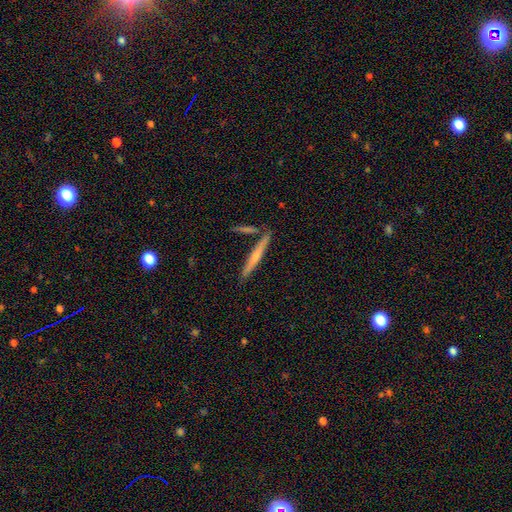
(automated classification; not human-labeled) This is possibly a smooth galaxy (47%, tied with featured or disk). Merging: clearly none (81%).